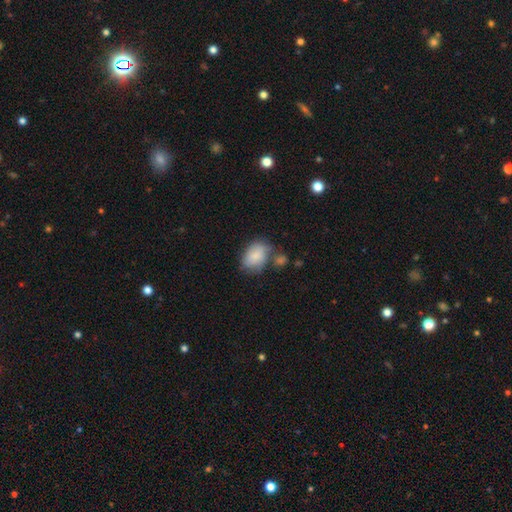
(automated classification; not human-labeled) Smooth or featured: smooth — 81% (featured or disk — 13%)
How rounded: in between — 81% (round — 18%)
Merging: none — 49% (minor disturbance — 25%)